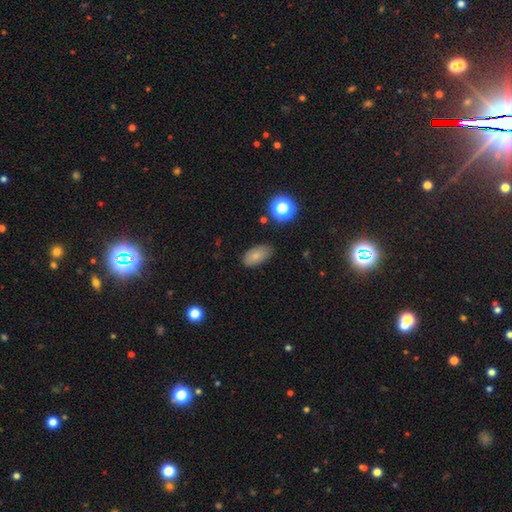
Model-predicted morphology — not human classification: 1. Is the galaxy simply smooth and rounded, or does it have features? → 79% smooth, 11% star or artifact, 10% featured or disk.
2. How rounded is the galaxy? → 91% in between, 6% round, 3% cigar-shaped.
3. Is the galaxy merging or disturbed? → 77% none, 18% minor disturbance, 4% major disturbance, 2% merger.